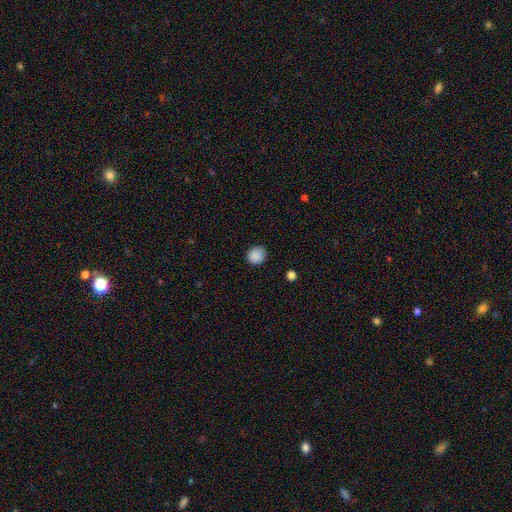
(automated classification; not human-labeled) A smooth galaxy with no disk features (88%) that is round (85%).

Vote fractions:
- Smooth or featured? smooth: 88% / star or artifact: 9% / featured or disk: 3%
- How rounded? round: 85% / in between: 14% / cigar-shaped: 1%
- Merging? none: 85% / minor disturbance: 11% / major disturbance: 3% / merger: 1%